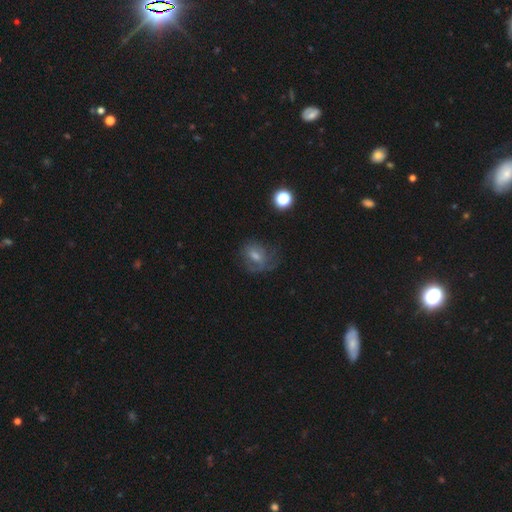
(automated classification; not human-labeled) Q: Smooth or featured?
A: smooth (41%); runner-up: featured or disk (39%)
Q: Merging?
A: none (58%); runner-up: minor disturbance (24%)